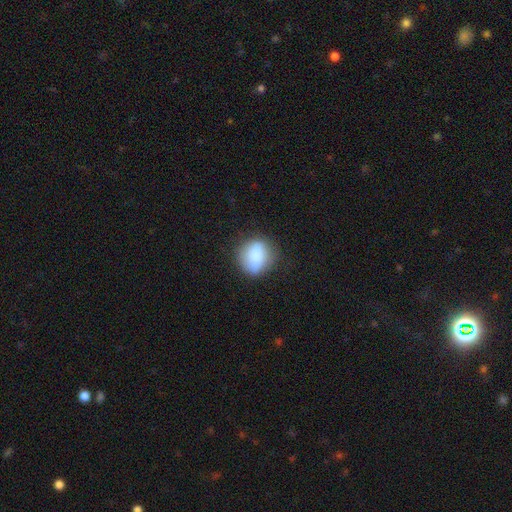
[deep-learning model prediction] Smooth or featured?
  - smooth: 76% *
  - featured or disk: 16%
  - star or artifact: 8%
How rounded?
  - round: 65% *
  - in between: 32%
  - cigar-shaped: 3%
Merging?
  - none: 73% *
  - minor disturbance: 19%
  - major disturbance: 6%
  - merger: 2%